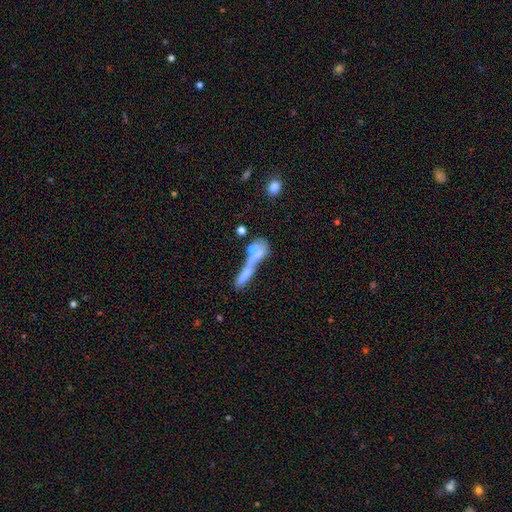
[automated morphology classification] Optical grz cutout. It shows a smooth galaxy with no disk features (53%) that is cigar-shaped (57%). Merging: merger (60%).